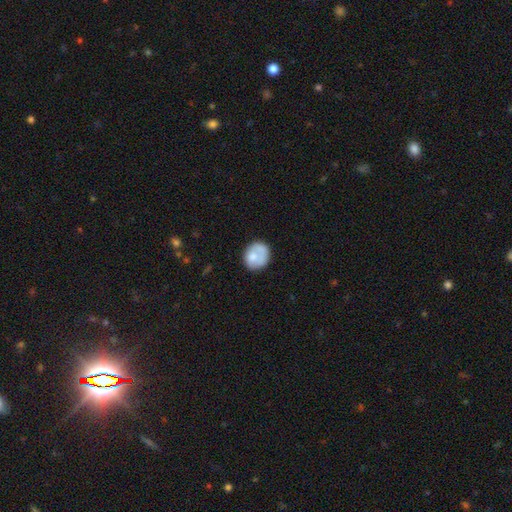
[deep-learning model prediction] Smooth or featured? Predicted: smooth (p=0.71). How rounded? Predicted: round (p=0.70). Merging? Predicted: none (p=0.62).